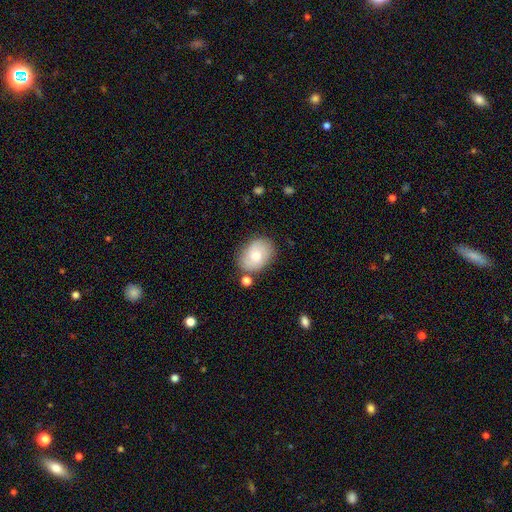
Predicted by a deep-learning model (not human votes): A smooth galaxy with no disk features (62%) that is in between round and cigar-shaped (75%).

Vote fractions:
- Smooth or featured? smooth: 62% / featured or disk: 31% / star or artifact: 7%
- How rounded? in between: 75% / round: 24% / cigar-shaped: 1%
- Merging? none: 73% / minor disturbance: 16% / merger: 6% / major disturbance: 4%